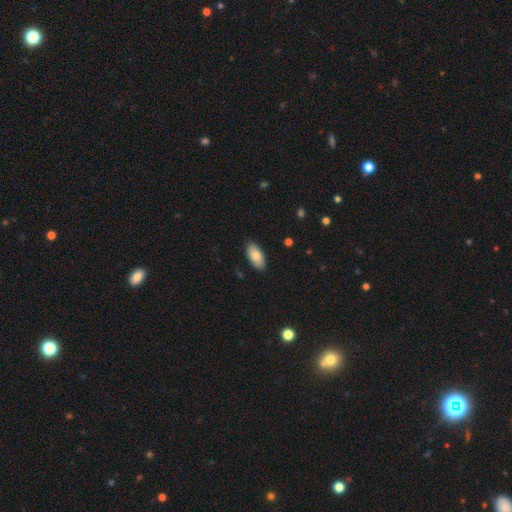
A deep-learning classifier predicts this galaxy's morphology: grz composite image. It shows a smooth galaxy with no disk features (80%) that is in between round and cigar-shaped (92%). Merging: none (88%).